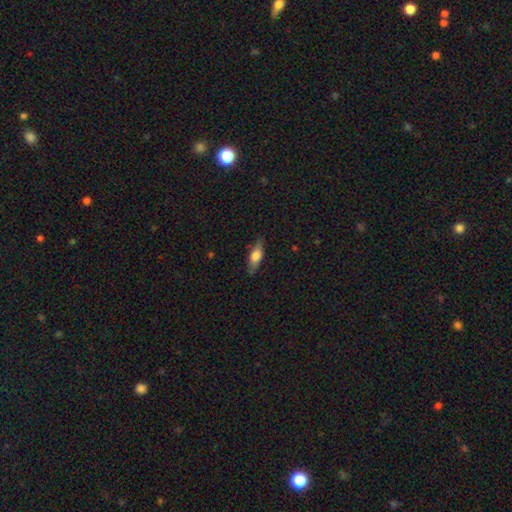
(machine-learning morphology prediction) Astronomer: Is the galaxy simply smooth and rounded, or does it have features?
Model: smooth — 63%.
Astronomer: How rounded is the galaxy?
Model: in between — 60% (runner-up: cigar-shaped, 37%).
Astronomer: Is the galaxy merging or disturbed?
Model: none — 80%.